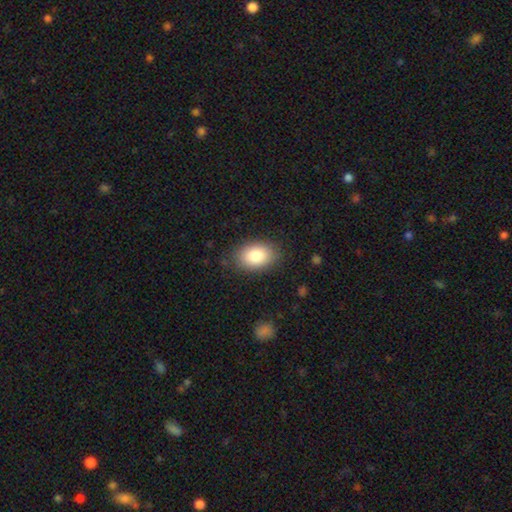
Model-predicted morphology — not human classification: type=smooth (85%); roundness=in between (87%); merging=none (85%).